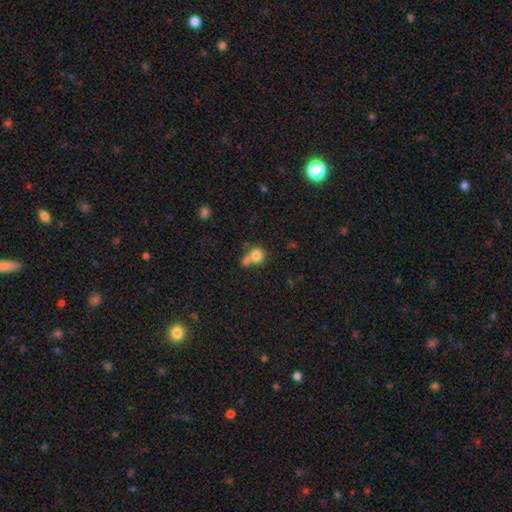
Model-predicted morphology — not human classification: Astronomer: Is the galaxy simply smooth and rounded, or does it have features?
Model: smooth — 80%.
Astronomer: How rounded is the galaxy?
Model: round — 82%.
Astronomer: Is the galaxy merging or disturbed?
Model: merger — 43% (runner-up: none, 40%).